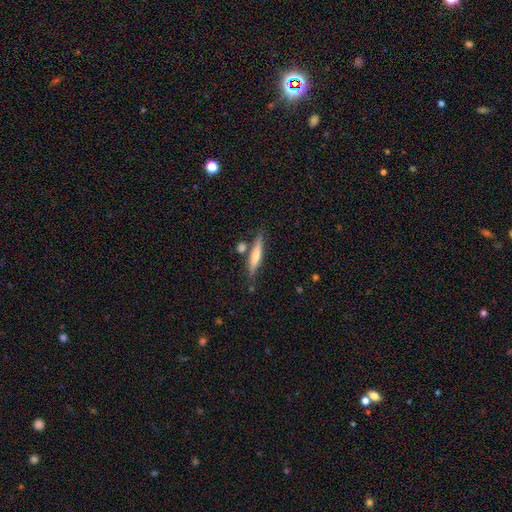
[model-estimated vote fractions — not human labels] smooth_or_featured: smooth (p=0.55) [alt: featured or disk p=0.39]
how_rounded: cigar-shaped (p=0.90) [alt: in between p=0.08]
merging: none (p=0.76) [alt: minor disturbance p=0.12]